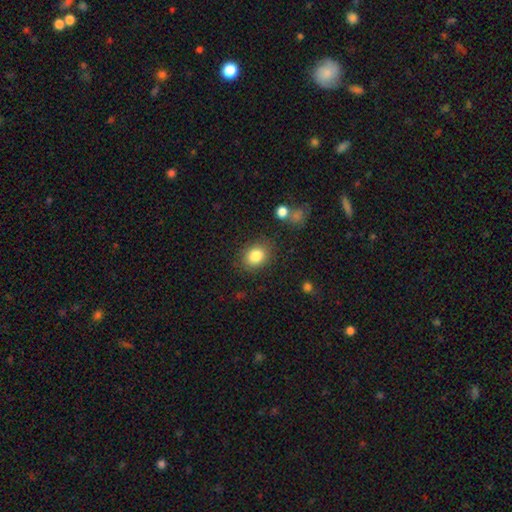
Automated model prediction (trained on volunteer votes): Smooth or featured?
  - smooth: 84% *
  - star or artifact: 9%
  - featured or disk: 7%
How rounded?
  - round: 52% *
  - in between: 47%
  - cigar-shaped: 1%
Merging?
  - none: 83% *
  - minor disturbance: 11%
  - major disturbance: 4%
  - merger: 2%